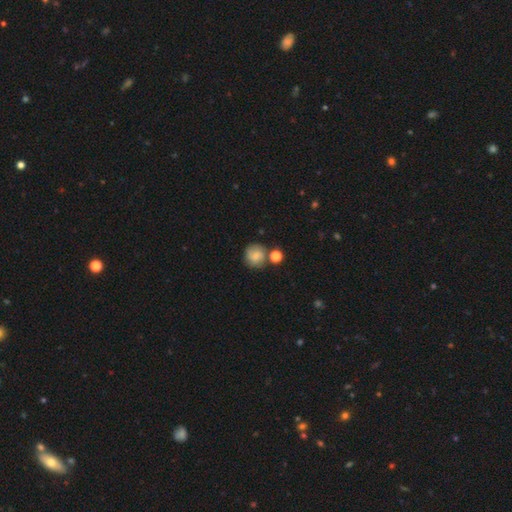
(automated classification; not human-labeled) Overall: smooth (71%). How rounded: round (88%). Merging: none (63%).